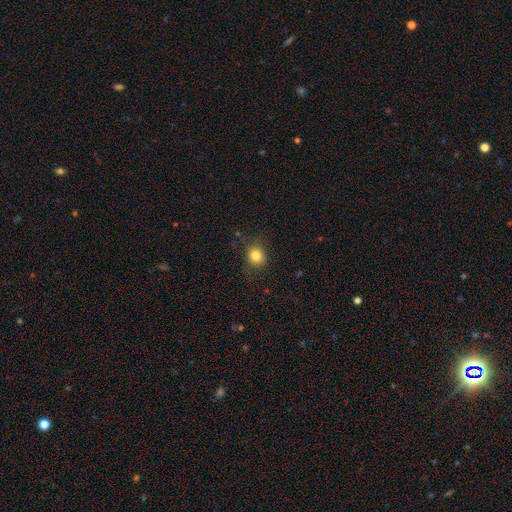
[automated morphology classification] Smooth or featured? Predicted: smooth (p=0.82). How rounded? Predicted: round (p=0.73). Merging? Predicted: none (p=0.81).